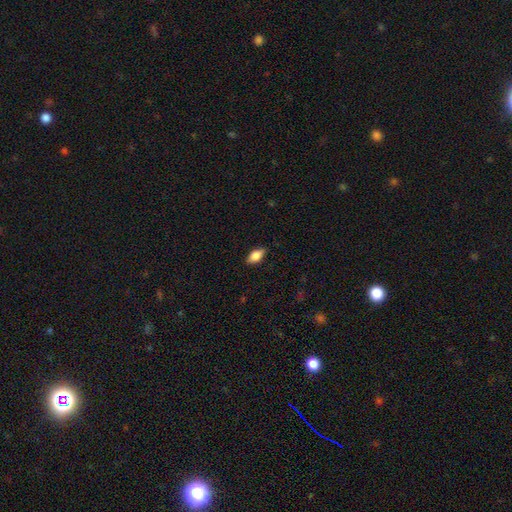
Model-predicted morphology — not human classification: This appears to be a smooth galaxy with no disk features (80%) that is in between round and cigar-shaped (89%). Merging: none (86%).